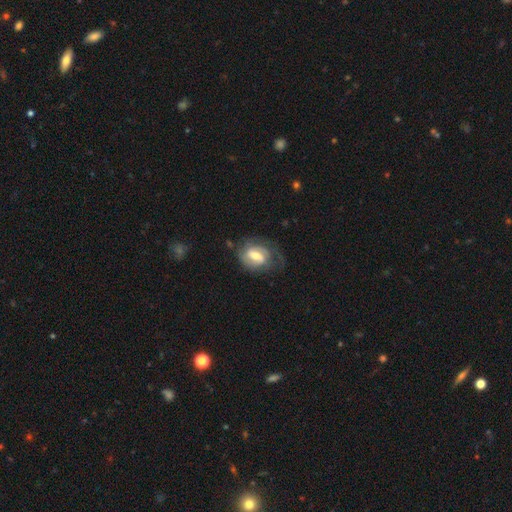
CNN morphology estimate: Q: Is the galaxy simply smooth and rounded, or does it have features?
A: featured or disk — 70%.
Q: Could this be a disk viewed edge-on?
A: no — 96%.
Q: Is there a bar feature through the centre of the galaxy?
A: weak — 48%.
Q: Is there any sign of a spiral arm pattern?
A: yes — 85%.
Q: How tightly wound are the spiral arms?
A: tight — 48%.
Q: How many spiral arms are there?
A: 2 — 54%.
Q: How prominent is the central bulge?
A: moderate — 62%.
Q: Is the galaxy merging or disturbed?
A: none — 57%.